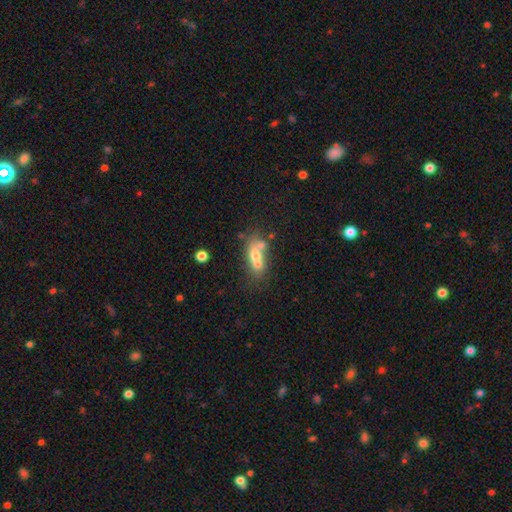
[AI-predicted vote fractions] Morphology: type=smooth (56%); roundness=in between (68%); merging=merger (53%).